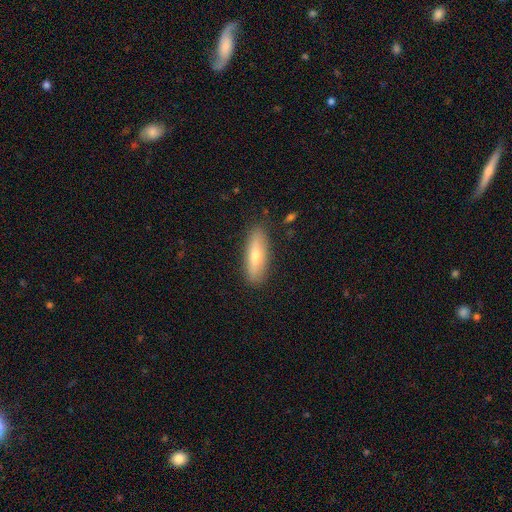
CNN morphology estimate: type=smooth (60%); roundness=cigar-shaped (51%); merging=none (87%).